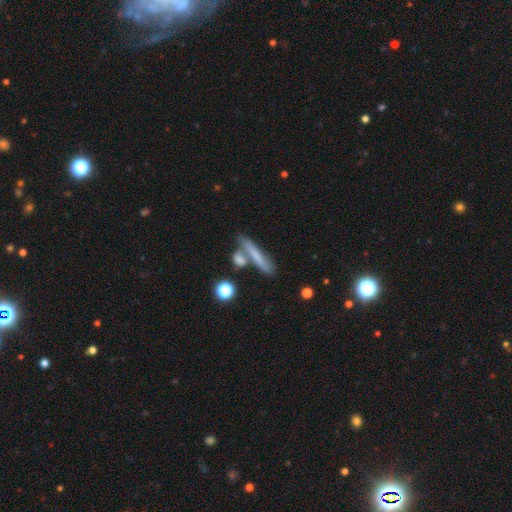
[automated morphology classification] Smooth or featured?
  - smooth: 61% *
  - featured or disk: 30%
  - star or artifact: 9%
How rounded?
  - cigar-shaped: 82% *
  - in between: 12%
  - round: 6%
Merging?
  - none: 60% *
  - merger: 21%
  - minor disturbance: 13%
  - major disturbance: 5%